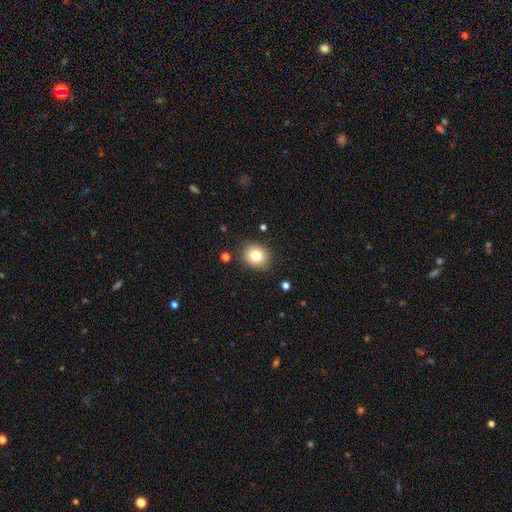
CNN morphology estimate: The model was most divided on "how rounded": round: 77%, in between: 23%, cigar-shaped: 1%. More confident: merging — none (88%); smooth or featured — smooth (80%).